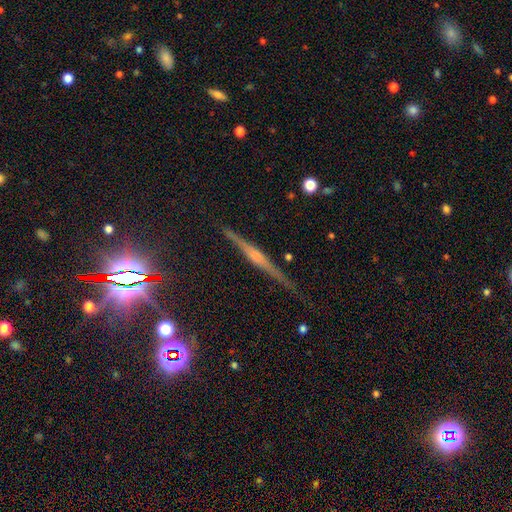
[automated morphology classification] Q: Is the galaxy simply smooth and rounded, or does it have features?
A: featured or disk — 74%.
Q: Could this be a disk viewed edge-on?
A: yes — 98%.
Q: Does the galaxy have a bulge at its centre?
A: rounded — 71%.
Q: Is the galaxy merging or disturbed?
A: none — 88%.